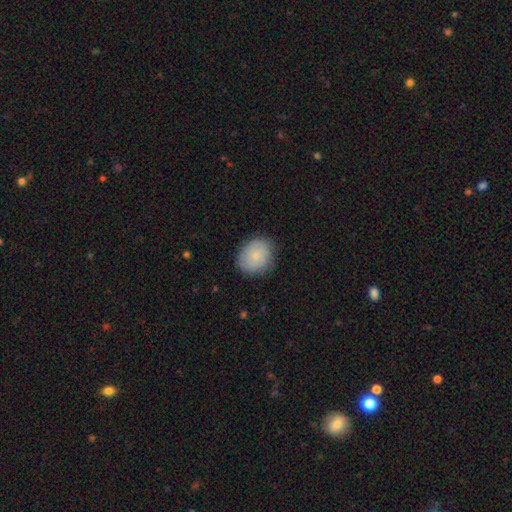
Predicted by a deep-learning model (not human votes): Smooth or featured? Predicted: smooth (p=0.75). How rounded? Predicted: round (p=0.66). Merging? Predicted: none (p=0.81).